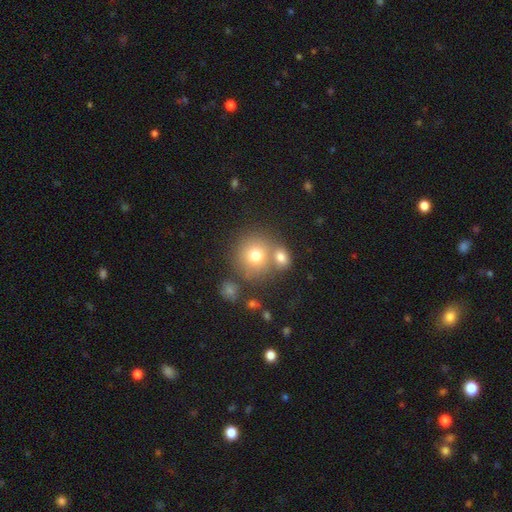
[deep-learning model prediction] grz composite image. It shows a smooth galaxy with no disk features (75%) that is round (88%). Merging: none (57%).